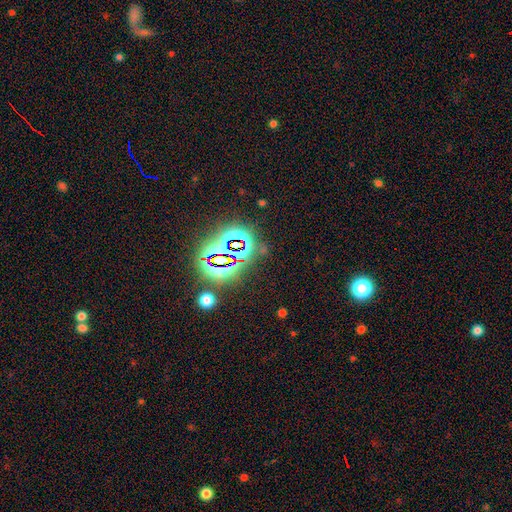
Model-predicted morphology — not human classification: star or artifact 80%, smooth 12%, featured or disk 8%.